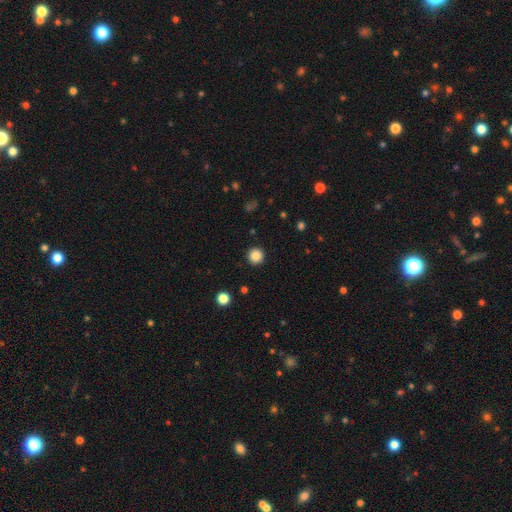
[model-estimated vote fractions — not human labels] A smooth galaxy with no disk features (86%) that is round (96%).

Vote fractions:
- Smooth or featured? smooth: 86% / star or artifact: 11% / featured or disk: 3%
- How rounded? round: 96% / in between: 3% / cigar-shaped: 1%
- Merging? none: 93% / minor disturbance: 4% / major disturbance: 2% / merger: 1%